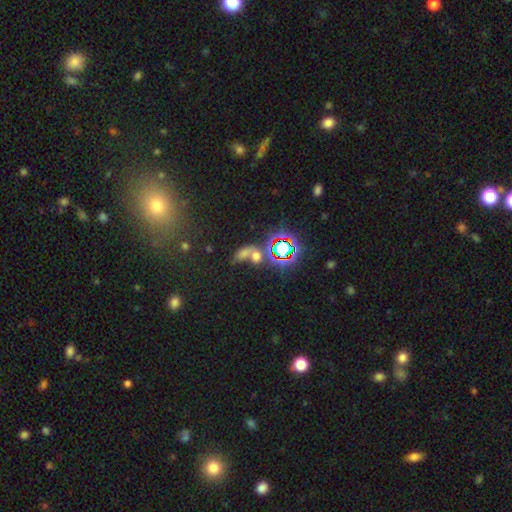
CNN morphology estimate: star or artifact 58%, smooth 32%, featured or disk 10%.